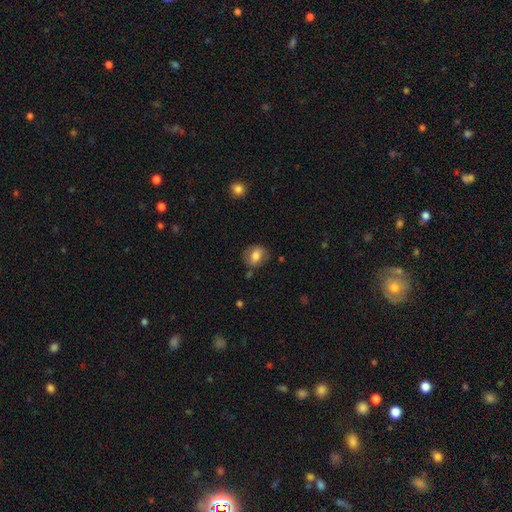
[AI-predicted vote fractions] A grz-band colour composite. It shows a smooth galaxy with no disk features (71%) that is in between round and cigar-shaped (59%). Merging: none (70%).